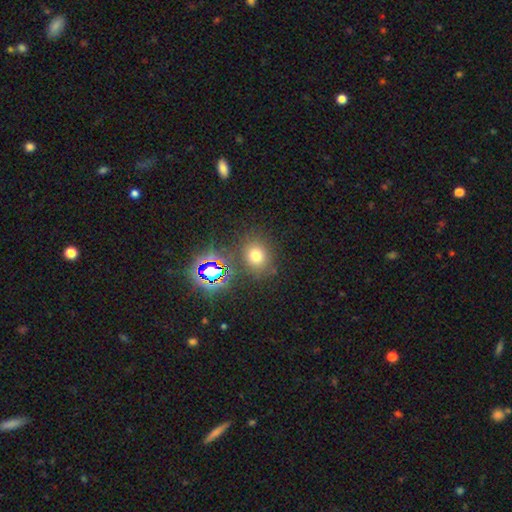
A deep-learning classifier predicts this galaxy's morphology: This appears to be a smooth galaxy with no disk features (66%) that is round (75%). Merging: none (81%).